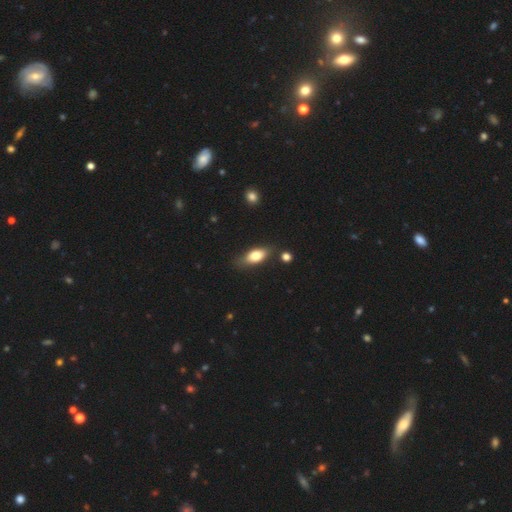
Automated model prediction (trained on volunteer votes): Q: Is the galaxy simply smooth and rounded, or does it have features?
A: smooth — 74%.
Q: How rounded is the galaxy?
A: in between — 81%.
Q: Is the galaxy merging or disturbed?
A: none — 76%.